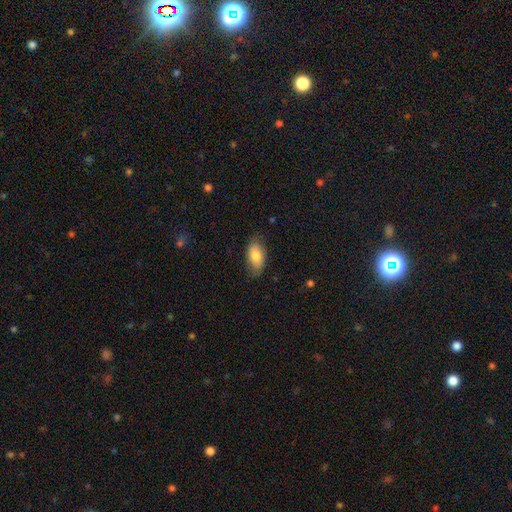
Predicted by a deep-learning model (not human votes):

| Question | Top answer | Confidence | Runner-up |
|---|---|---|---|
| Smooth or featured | smooth | 79% | featured or disk (15%) |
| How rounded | in between | 93% | round (4%) |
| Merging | none | 75% | minor disturbance (20%) |